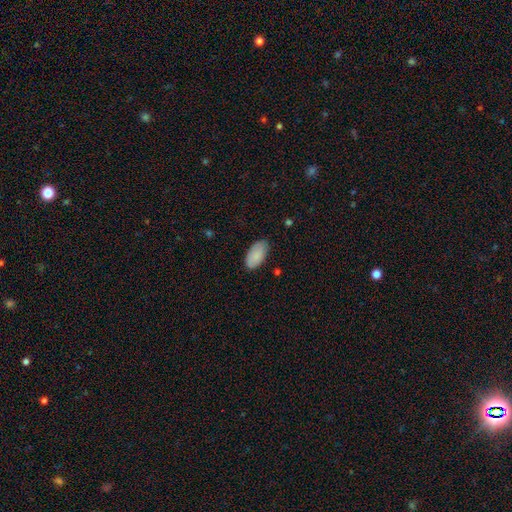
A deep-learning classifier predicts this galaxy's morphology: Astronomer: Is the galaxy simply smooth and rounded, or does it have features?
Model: smooth — 88%.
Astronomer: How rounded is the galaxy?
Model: in between — 95%.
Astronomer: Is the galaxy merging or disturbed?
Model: none — 80%.